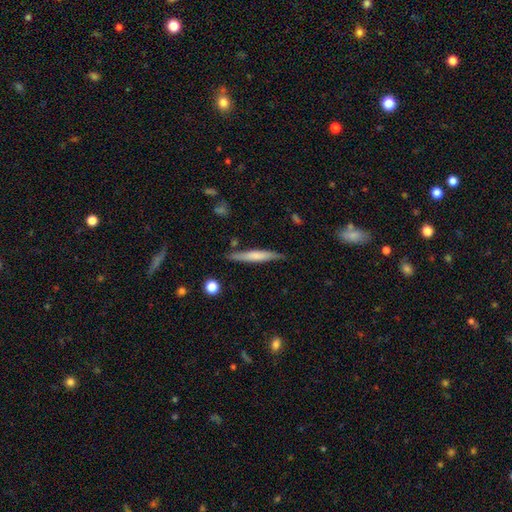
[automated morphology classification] smooth_or_featured: smooth (p=0.55) [alt: featured or disk p=0.39]
how_rounded: cigar-shaped (p=0.94) [alt: in between p=0.05]
merging: none (p=0.84) [alt: minor disturbance p=0.11]